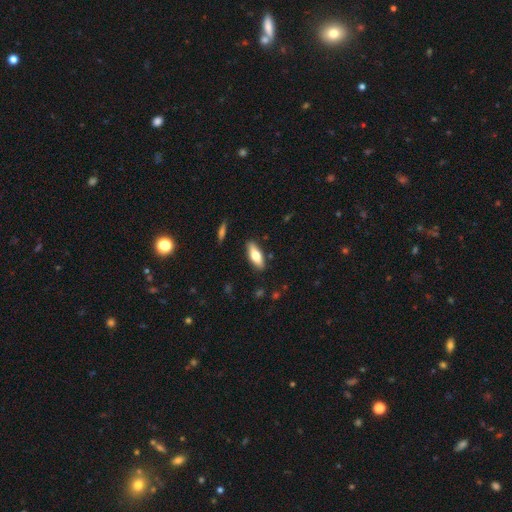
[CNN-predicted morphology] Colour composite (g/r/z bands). It shows a smooth galaxy with no disk features (67%) that is in between round and cigar-shaped (65%). Merging: none (86%).